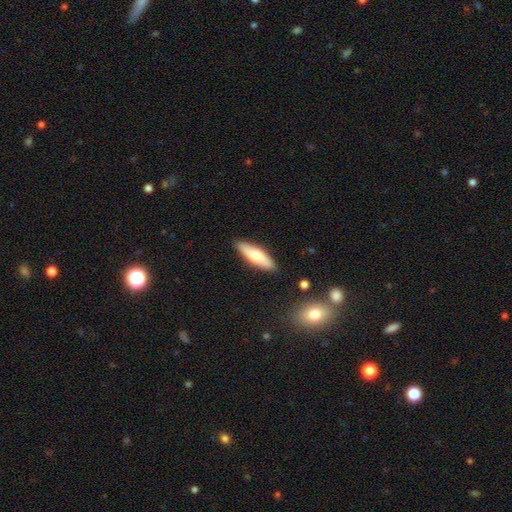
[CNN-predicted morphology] A smooth galaxy with no disk features (67%) that is cigar-shaped (55%). Merging: none (88%).